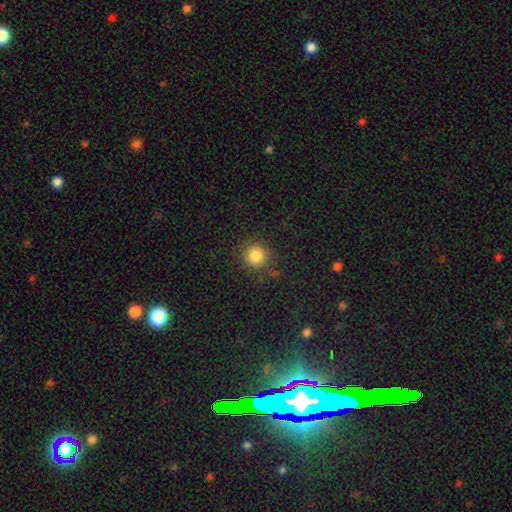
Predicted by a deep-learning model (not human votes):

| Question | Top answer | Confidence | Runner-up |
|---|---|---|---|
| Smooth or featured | smooth | 84% | star or artifact (12%) |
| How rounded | round | 93% | in between (6%) |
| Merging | none | 86% | minor disturbance (8%) |